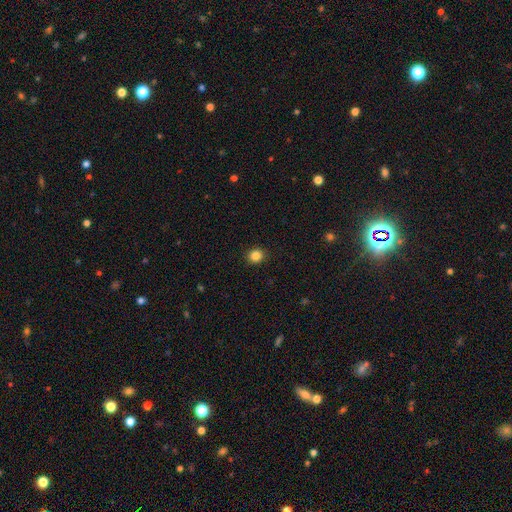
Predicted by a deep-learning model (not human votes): This is clearly a smooth galaxy (85%). How rounded: clearly round (86%). Merging: clearly none (92%).